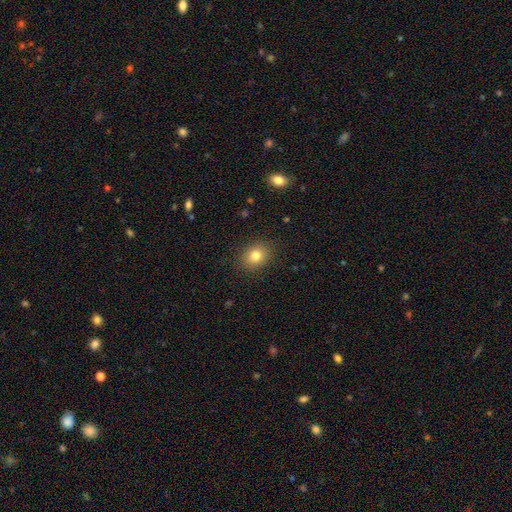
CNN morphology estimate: smooth-or-featured: smooth: 81% | star or artifact: 11% | featured or disk: 8%
  how-rounded: round: 59% | in between: 40% | cigar-shaped: 1%
  merging: none: 88% | minor disturbance: 8% | major disturbance: 3% | merger: 1%